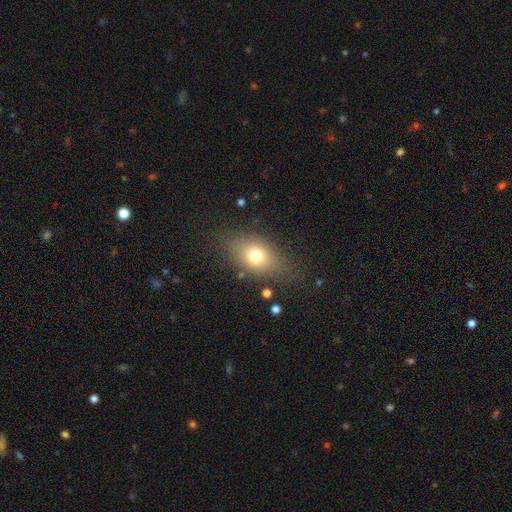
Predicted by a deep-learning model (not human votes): Smooth or featured?
  - smooth: 73% *
  - featured or disk: 15%
  - star or artifact: 12%
How rounded?
  - in between: 75% *
  - round: 21%
  - cigar-shaped: 4%
Merging?
  - none: 75% *
  - minor disturbance: 16%
  - major disturbance: 7%
  - merger: 2%